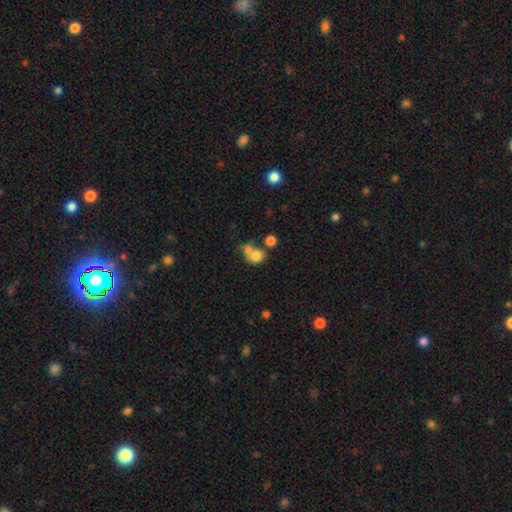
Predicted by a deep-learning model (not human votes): Smooth or featured? smooth (76%)
How rounded? round (73%)
Merging? merger (50%)